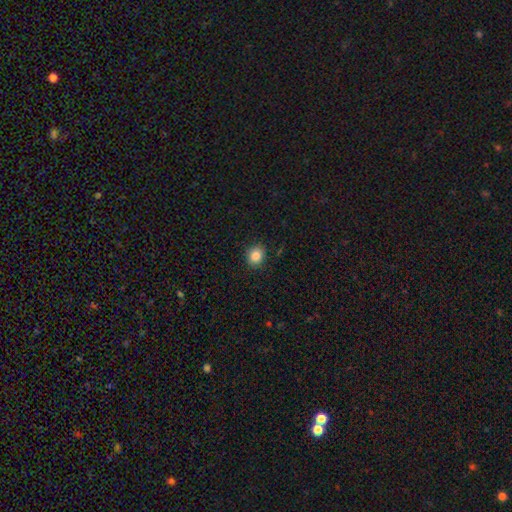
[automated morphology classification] The model was most divided on "how rounded": round: 79%, in between: 20%, cigar-shaped: 1%. More confident: merging — none (90%); smooth or featured — smooth (85%).